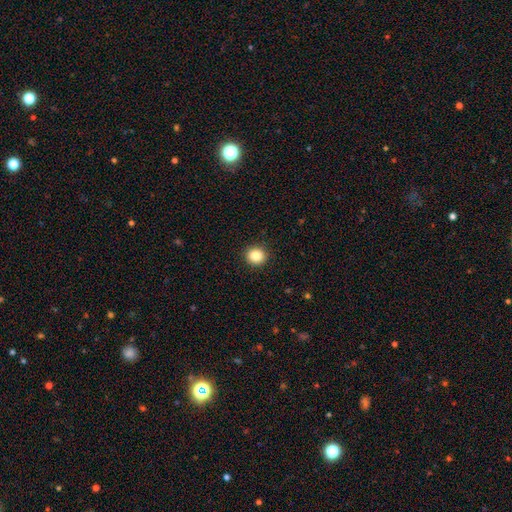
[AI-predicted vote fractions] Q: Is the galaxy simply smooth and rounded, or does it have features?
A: smooth — 86%.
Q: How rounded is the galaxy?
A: round — 91%.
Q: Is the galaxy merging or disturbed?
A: none — 92%.